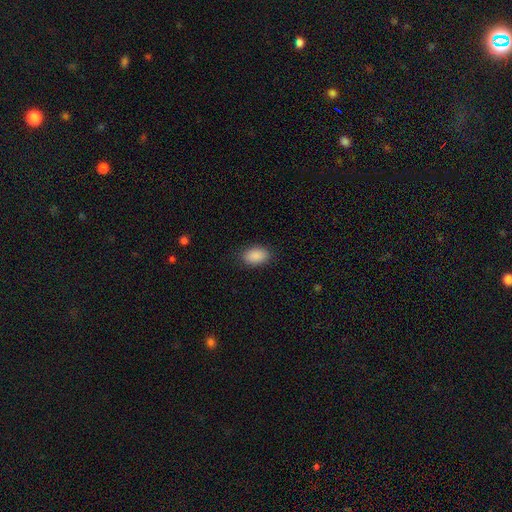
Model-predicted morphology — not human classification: Smooth or featured: smooth — 90% (star or artifact — 7%)
How rounded: in between — 91% (round — 8%)
Merging: none — 87% (minor disturbance — 9%)